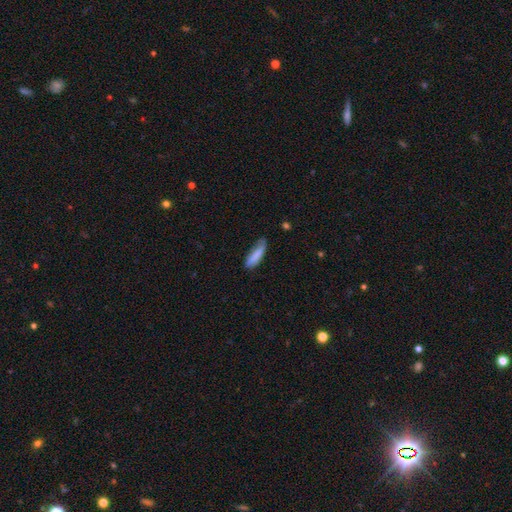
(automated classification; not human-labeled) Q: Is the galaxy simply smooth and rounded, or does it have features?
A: smooth — 83%.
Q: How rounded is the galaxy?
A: cigar-shaped — 67%.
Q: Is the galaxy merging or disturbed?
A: none — 60%.